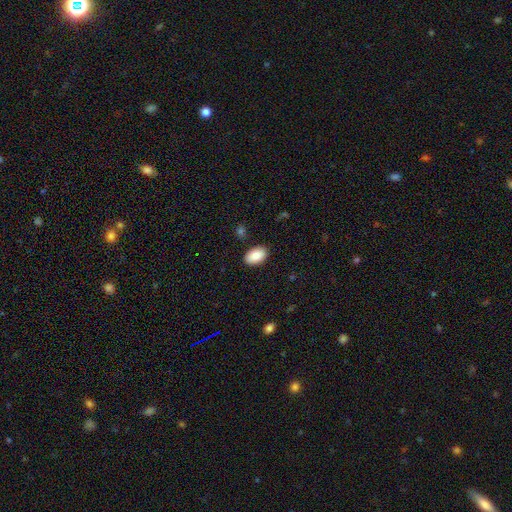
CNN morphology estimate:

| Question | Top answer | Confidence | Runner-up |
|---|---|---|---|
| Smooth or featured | smooth | 88% | star or artifact (6%) |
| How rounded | in between | 94% | round (5%) |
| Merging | none | 88% | minor disturbance (9%) |